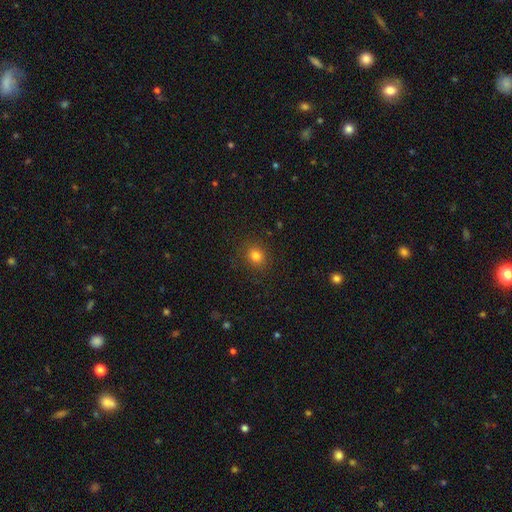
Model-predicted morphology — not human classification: This appears to be a smooth galaxy with no disk features (81%) that is round (75%). Merging: none (87%).